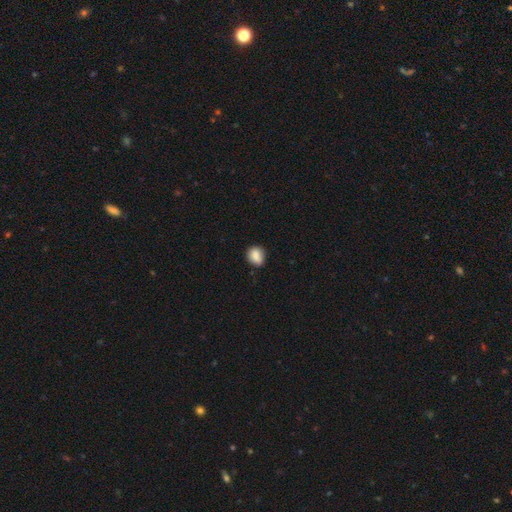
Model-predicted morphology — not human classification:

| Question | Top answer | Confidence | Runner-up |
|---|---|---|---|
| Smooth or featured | smooth | 85% | star or artifact (9%) |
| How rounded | round | 64% | in between (35%) |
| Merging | none | 70% | minor disturbance (23%) |